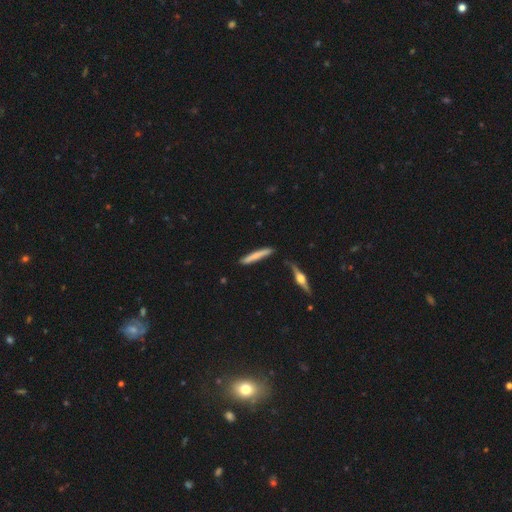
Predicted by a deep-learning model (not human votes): Morphology: type=smooth (63%); roundness=cigar-shaped (95%); merging=none (82%).